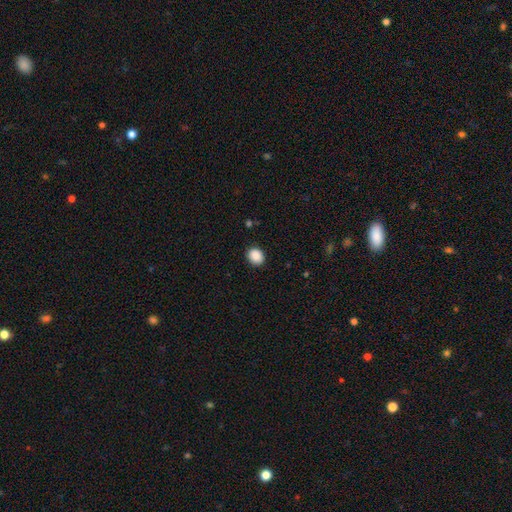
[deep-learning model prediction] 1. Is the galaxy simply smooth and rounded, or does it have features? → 89% smooth, 8% star or artifact, 3% featured or disk.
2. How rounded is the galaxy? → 60% round, 39% in between, 1% cigar-shaped.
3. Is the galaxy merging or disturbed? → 90% none, 7% minor disturbance, 2% major disturbance, 1% merger.